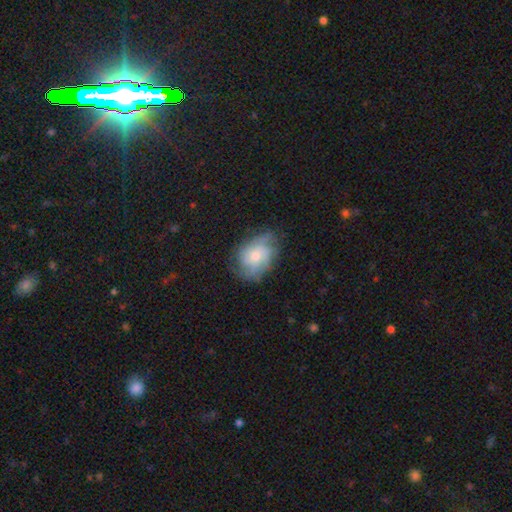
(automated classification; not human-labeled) Morphology: type=featured or disk (62%); edge-on=no (96%); bar=no (79%); spiral arms=yes (85%); winding=tight (45%); arm count=can't tell (45%); bulge=moderate (57%); merging=none (66%).